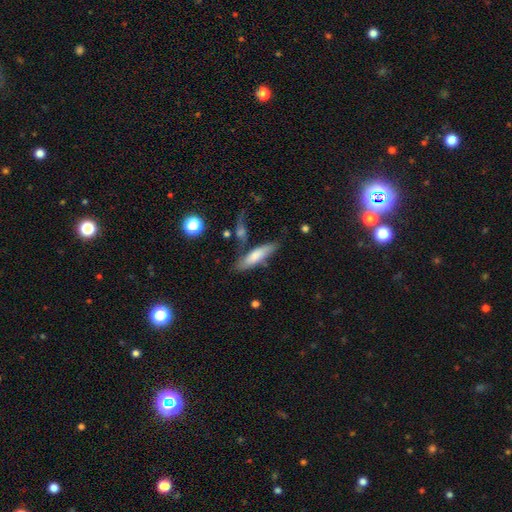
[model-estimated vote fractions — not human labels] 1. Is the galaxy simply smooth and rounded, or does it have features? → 70% smooth, 23% featured or disk, 7% star or artifact.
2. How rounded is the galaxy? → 60% cigar-shaped, 38% in between, 2% round.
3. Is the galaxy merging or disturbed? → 61% none, 20% minor disturbance, 12% merger, 7% major disturbance.